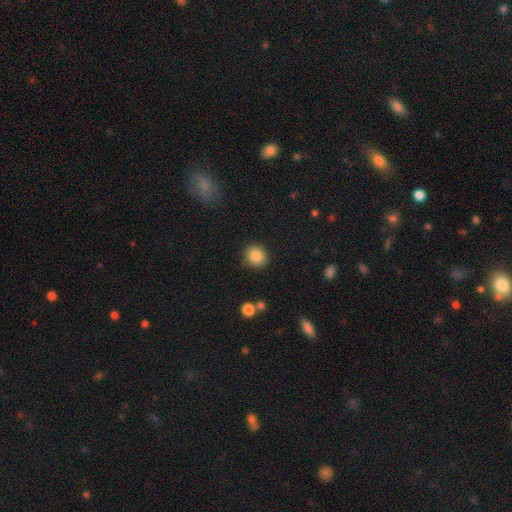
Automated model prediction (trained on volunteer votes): smooth 85%, star or artifact 9%, featured or disk 6%. Down the decision tree: how rounded — round (82%); merging — none (88%).